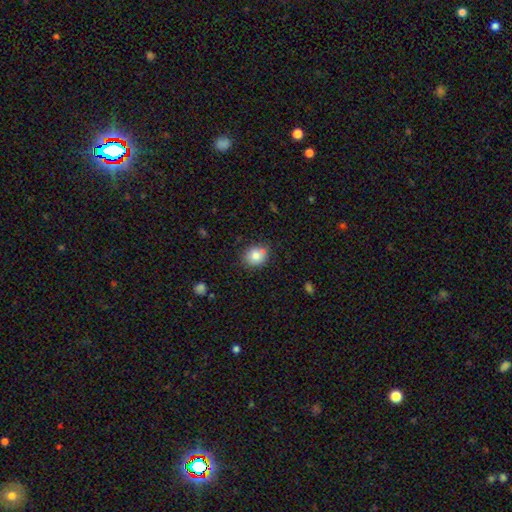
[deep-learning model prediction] Smooth or featured? Predicted: smooth (p=0.80). How rounded? Predicted: round (p=0.71). Merging? Predicted: none (p=0.74).